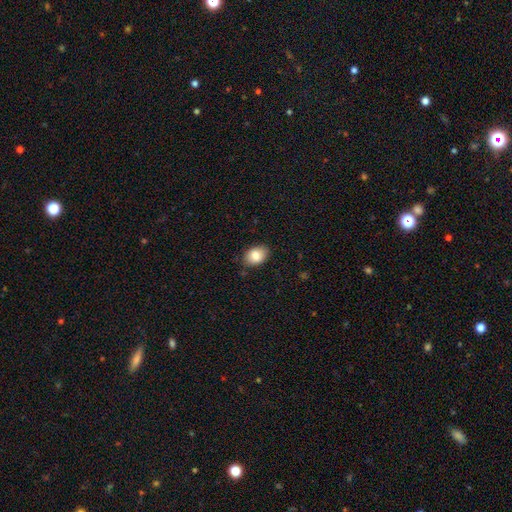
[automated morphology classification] This appears to be a smooth galaxy with no disk features (85%) that is in between round and cigar-shaped (76%). Merging: none (82%).